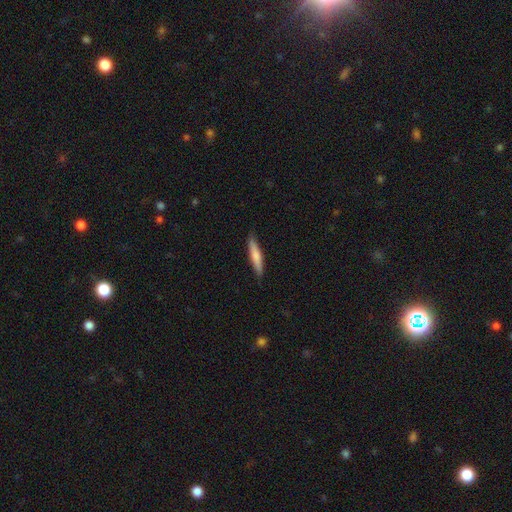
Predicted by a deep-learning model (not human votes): smooth-or-featured: smooth: 70% | featured or disk: 25% | star or artifact: 5%
  how-rounded: cigar-shaped: 90% | in between: 9% | round: 1%
  merging: none: 88% | minor disturbance: 9% | major disturbance: 2% | merger: 1%